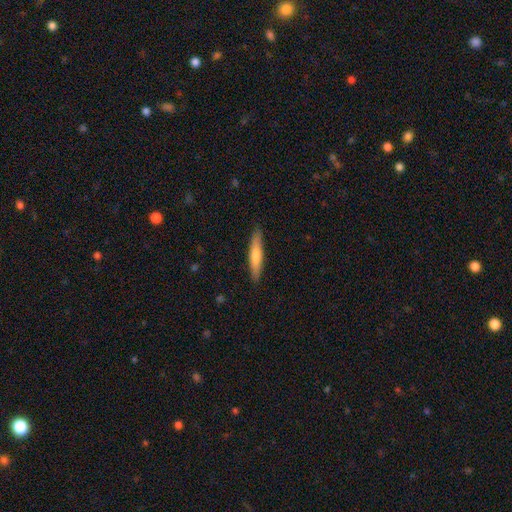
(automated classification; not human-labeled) Q: Smooth or featured?
A: smooth (69%); runner-up: featured or disk (26%)
Q: How rounded?
A: cigar-shaped (90%); runner-up: in between (9%)
Q: Merging?
A: none (89%); runner-up: minor disturbance (8%)